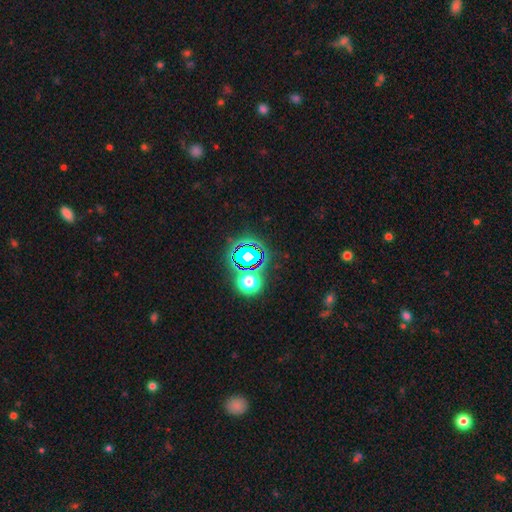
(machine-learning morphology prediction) This is likely a star or artifact rather than a galaxy (74%).